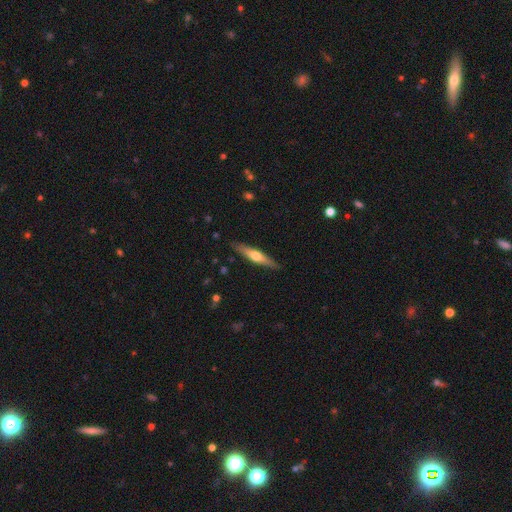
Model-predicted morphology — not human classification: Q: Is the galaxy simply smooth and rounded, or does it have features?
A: featured or disk — 54%.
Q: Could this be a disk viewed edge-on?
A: yes — 94%.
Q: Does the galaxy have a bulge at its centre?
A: rounded — 89%.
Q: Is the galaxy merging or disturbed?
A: none — 88%.